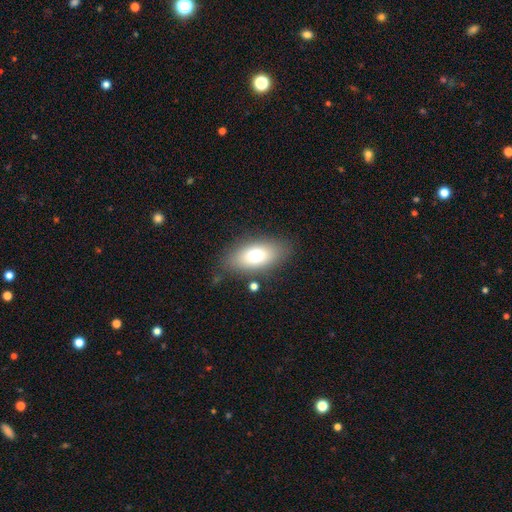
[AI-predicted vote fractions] smooth-or-featured: smooth: 76% | featured or disk: 15% | star or artifact: 8%
  how-rounded: in between: 89% | cigar-shaped: 7% | round: 5%
  merging: none: 79% | minor disturbance: 13% | major disturbance: 5% | merger: 3%